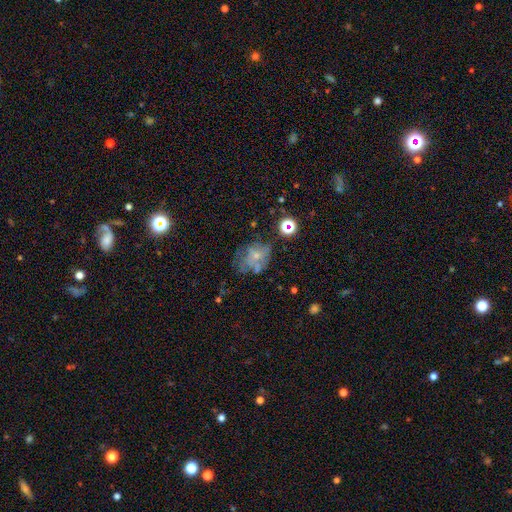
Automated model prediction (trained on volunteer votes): Smooth or featured?
  - featured or disk: 43% *
  - smooth: 39%
  - star or artifact: 18%
Merging?
  - none: 40% *
  - major disturbance: 27%
  - minor disturbance: 25%
  - merger: 8%